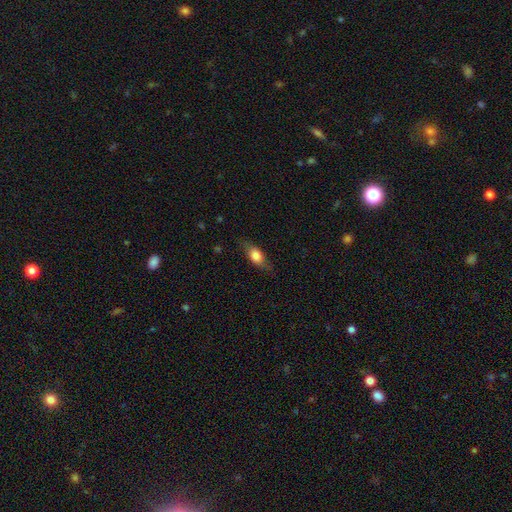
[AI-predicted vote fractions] Smooth or featured? smooth (71%)
How rounded? in between (76%)
Merging? none (73%)